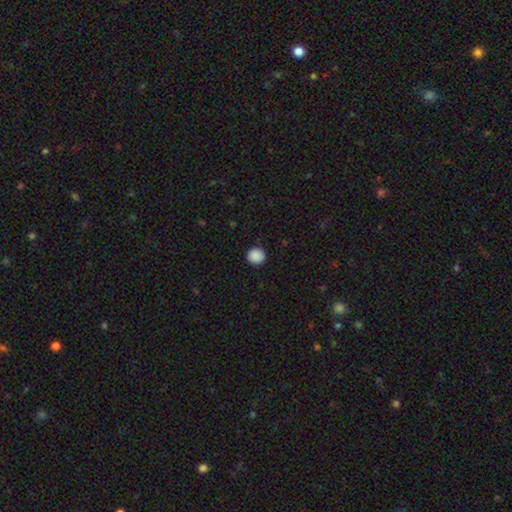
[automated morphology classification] This appears to be a smooth galaxy with no disk features (89%) that is round (90%). Merging: none (91%).